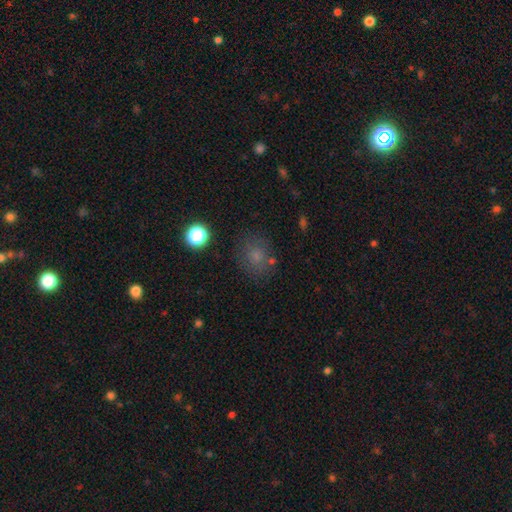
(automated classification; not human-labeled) Smooth or featured? smooth (70%)
How rounded? round (72%)
Merging? none (76%)